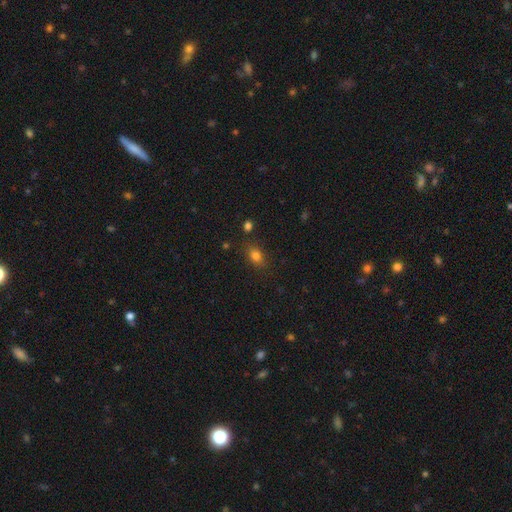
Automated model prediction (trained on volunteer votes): The model was most divided on "how rounded": in between: 74%, round: 24%, cigar-shaped: 2%. More confident: merging — none (81%); smooth or featured — smooth (80%).